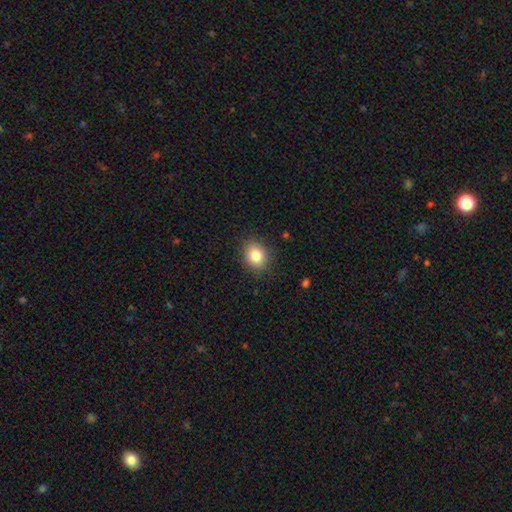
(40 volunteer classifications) smooth_or_featured: smooth (p=0.80) [alt: featured or disk p=0.12]
how_rounded: round (p=0.53) [alt: in between p=0.47]
merging: none (p=0.81) [alt: minor disturbance p=0.14]